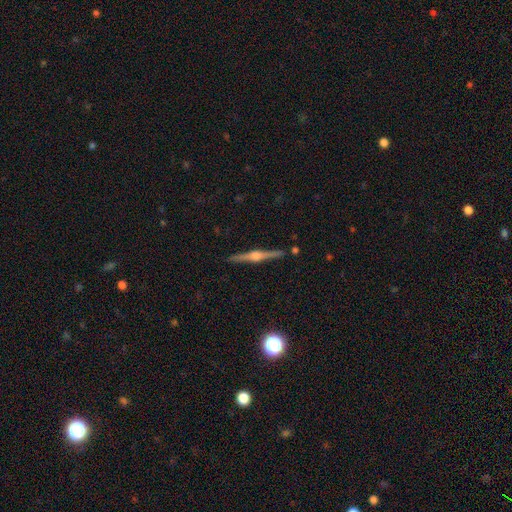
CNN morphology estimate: Smooth or featured? featured or disk (83%)
Edge-on disk? yes (99%)
Edge-on bulge? rounded (91%)
Merging? none (92%)